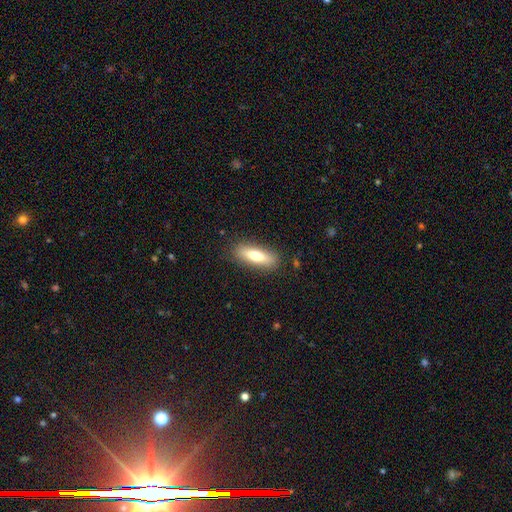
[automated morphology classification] smooth-or-featured: smooth: 71% | featured or disk: 22% | star or artifact: 7%
  how-rounded: in between: 51% | cigar-shaped: 47% | round: 2%
  merging: none: 86% | minor disturbance: 10% | major disturbance: 3% | merger: 1%